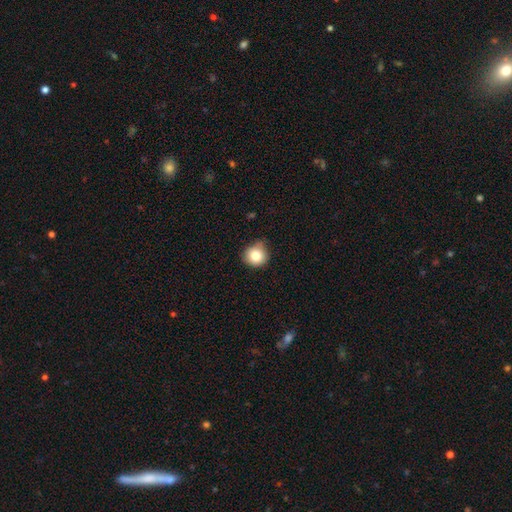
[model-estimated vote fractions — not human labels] This appears to be a smooth galaxy with no disk features (82%) that is round (90%). Merging: none (69%).